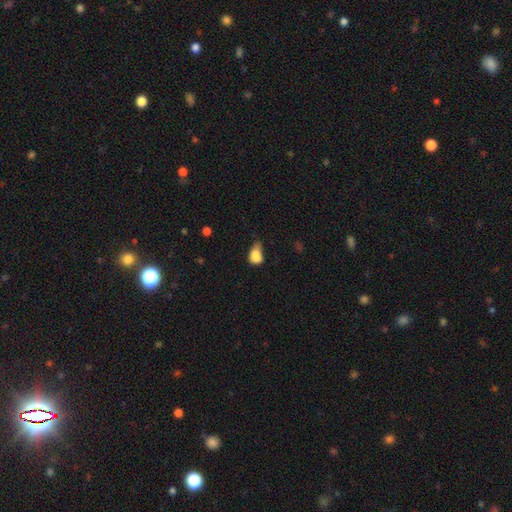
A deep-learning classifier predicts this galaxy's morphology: This is clearly a smooth galaxy (81%). How rounded: likely in between (68%). Merging: marginally minor disturbance (44%).